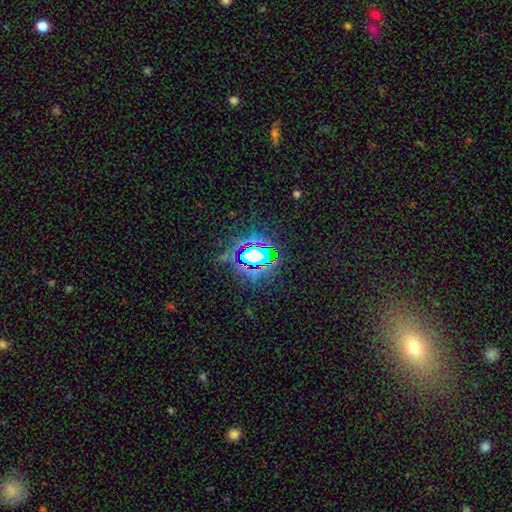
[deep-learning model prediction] smooth-or-featured: star or artifact: 74% | smooth: 15% | featured or disk: 11%